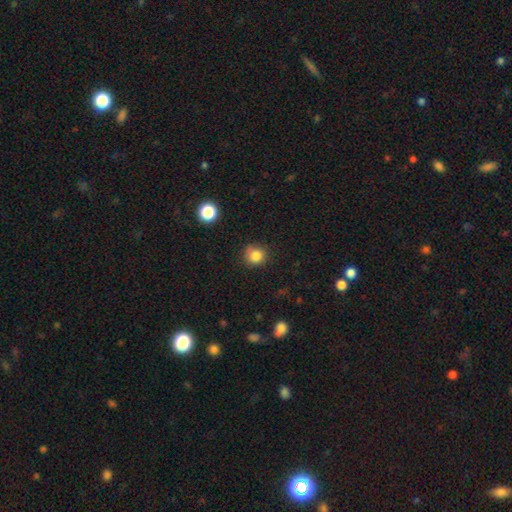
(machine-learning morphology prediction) Smooth or featured? smooth (83%)
How rounded? round (88%)
Merging? none (80%)